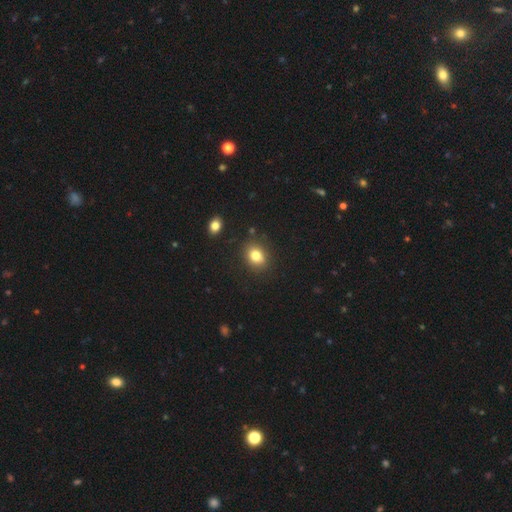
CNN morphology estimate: type=smooth (81%); roundness=in between (54%); merging=none (84%).